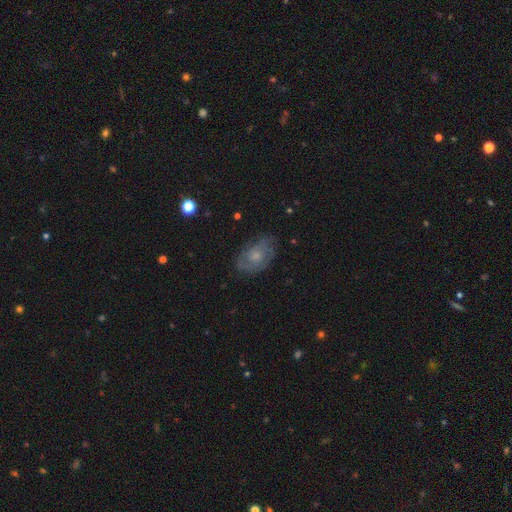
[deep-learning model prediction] smooth_or_featured: featured or disk (p=0.57) [alt: smooth p=0.35]
disk_edge_on: no (p=0.95) [alt: yes p=0.05]
bar: no (p=0.81) [alt: weak p=0.17]
has_spiral_arms: yes (p=0.72) [alt: no p=0.28]
bulge_size: small (p=0.45) [alt: moderate p=0.43]
merging: none (p=0.69) [alt: minor disturbance p=0.22]